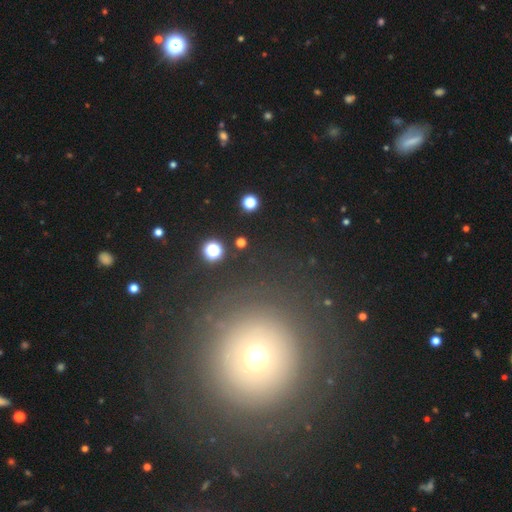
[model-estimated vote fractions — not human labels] This is possibly a smooth galaxy (52%). How rounded: clearly round (94%). Merging: clearly none (87%).